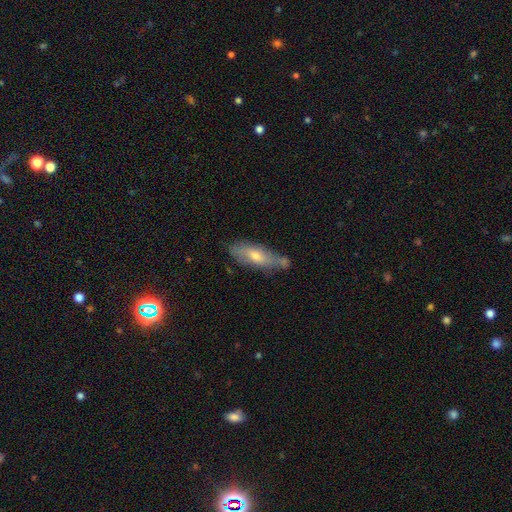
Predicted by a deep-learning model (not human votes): A smooth galaxy with no disk features (53%) that is cigar-shaped (52%).

Vote fractions:
- Smooth or featured? smooth: 53% / featured or disk: 40% / star or artifact: 7%
- How rounded? cigar-shaped: 52% / in between: 45% / round: 2%
- Merging? none: 58% / minor disturbance: 23% / merger: 14% / major disturbance: 6%